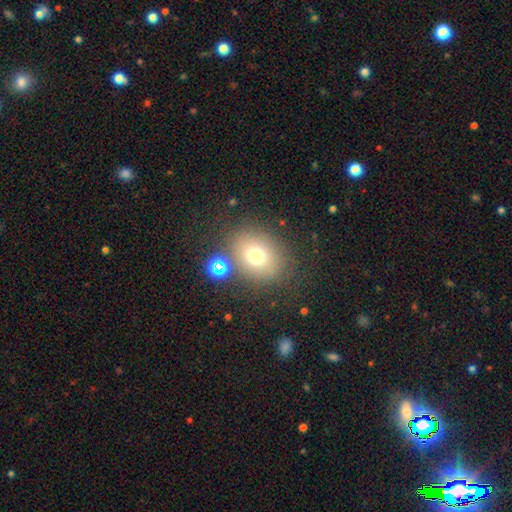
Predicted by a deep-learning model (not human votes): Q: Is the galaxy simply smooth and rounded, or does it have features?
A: smooth — 71%.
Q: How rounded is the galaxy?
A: round — 57%.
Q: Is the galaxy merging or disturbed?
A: none — 75%.